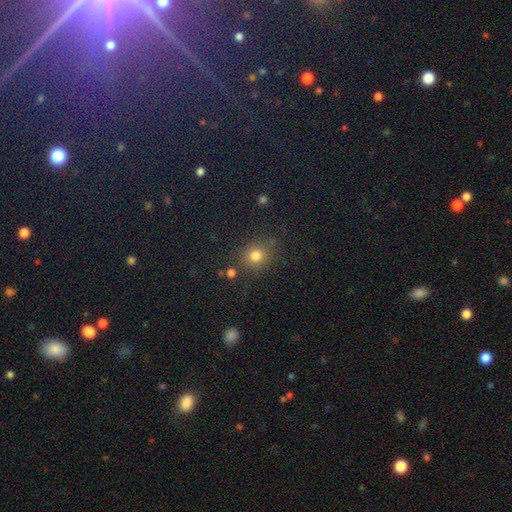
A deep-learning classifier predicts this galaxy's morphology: smooth 77%, star or artifact 16%, featured or disk 7%. Down the decision tree: how rounded — round (78%); merging — none (77%).